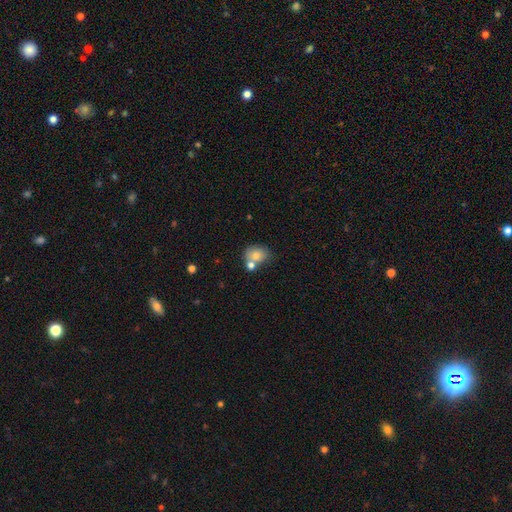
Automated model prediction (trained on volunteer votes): Morphology: type=smooth (73%); roundness=round (54%); merging=none (45%).